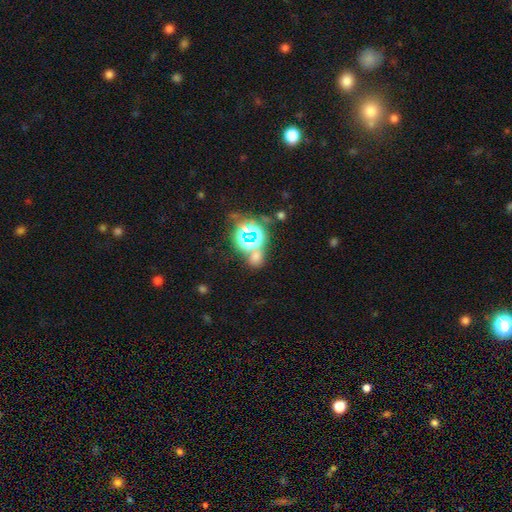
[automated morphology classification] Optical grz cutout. It shows a star or artifact, not a galaxy (57%).